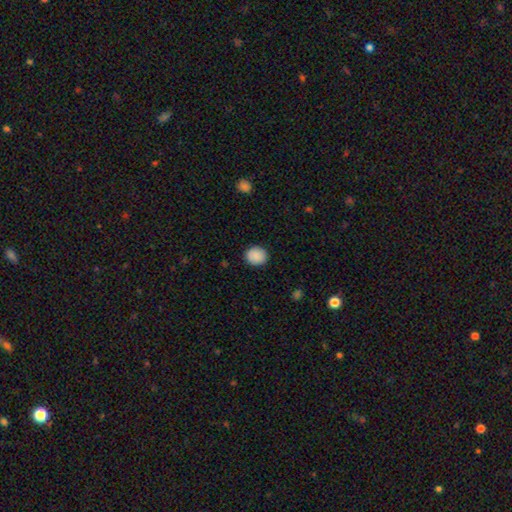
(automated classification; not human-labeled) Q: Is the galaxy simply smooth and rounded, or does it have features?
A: smooth — 90%.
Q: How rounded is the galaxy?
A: round — 75%.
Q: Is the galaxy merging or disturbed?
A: none — 89%.